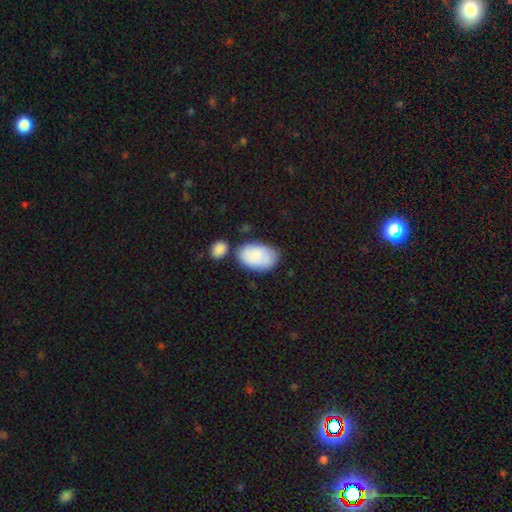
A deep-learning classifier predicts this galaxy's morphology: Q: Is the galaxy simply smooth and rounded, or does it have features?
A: smooth — 84%.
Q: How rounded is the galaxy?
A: in between — 93%.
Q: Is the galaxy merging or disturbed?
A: none — 60%.